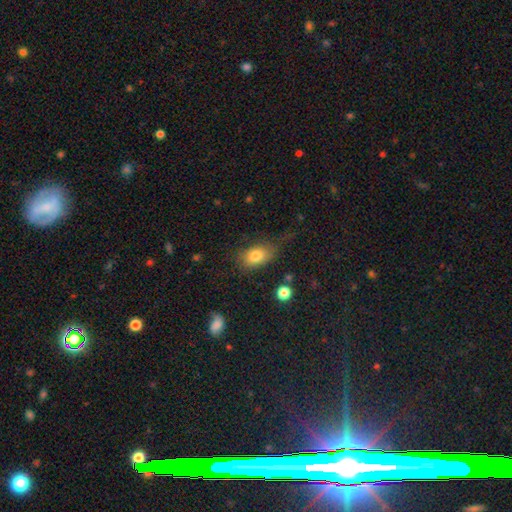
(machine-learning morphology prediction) smooth_or_featured: smooth (p=0.81) [alt: featured or disk p=0.10]
how_rounded: in between (p=0.82) [alt: round p=0.16]
merging: none (p=0.58) [alt: minor disturbance p=0.24]